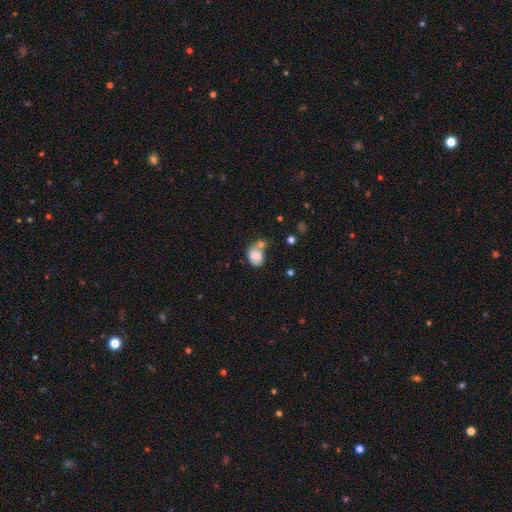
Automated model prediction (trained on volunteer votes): Morphology: type=smooth (74%); roundness=in between (57%); merging=none (38%).